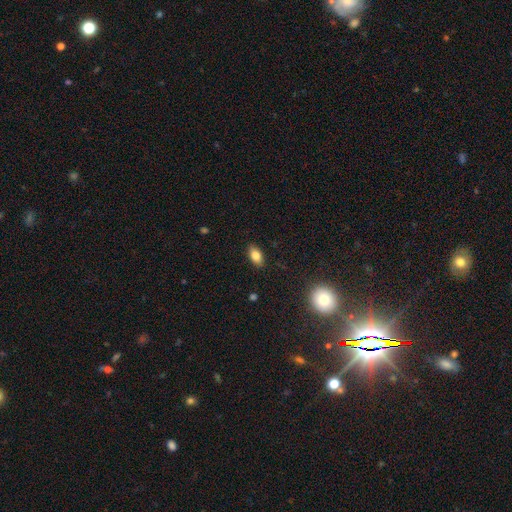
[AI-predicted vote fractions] Morphology: type=smooth (81%); roundness=in between (89%); merging=none (88%).